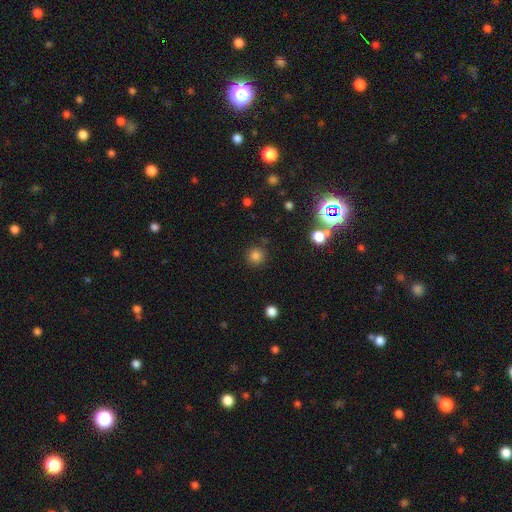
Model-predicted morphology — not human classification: Smooth or featured? Predicted: smooth (p=0.81). How rounded? Predicted: round (p=0.94). Merging? Predicted: none (p=0.87).